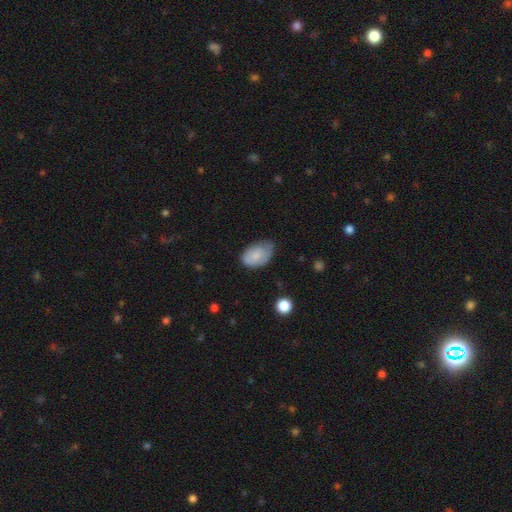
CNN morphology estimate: A smooth galaxy with no disk features (79%) that is in between round and cigar-shaped (89%). Merging: none (47%).